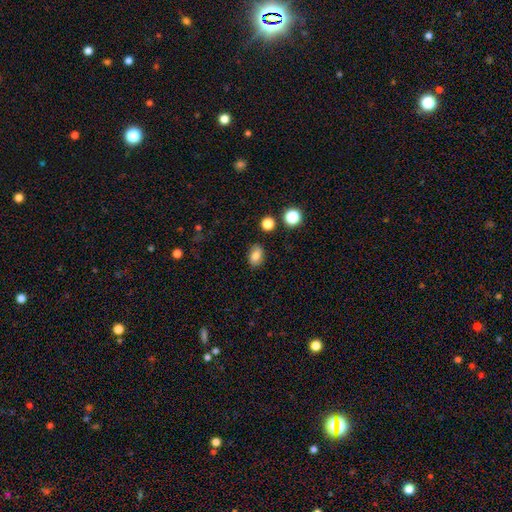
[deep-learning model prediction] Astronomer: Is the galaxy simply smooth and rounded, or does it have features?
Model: smooth — 81%.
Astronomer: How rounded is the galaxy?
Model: in between — 79%.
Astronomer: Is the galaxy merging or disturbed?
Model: none — 83%.